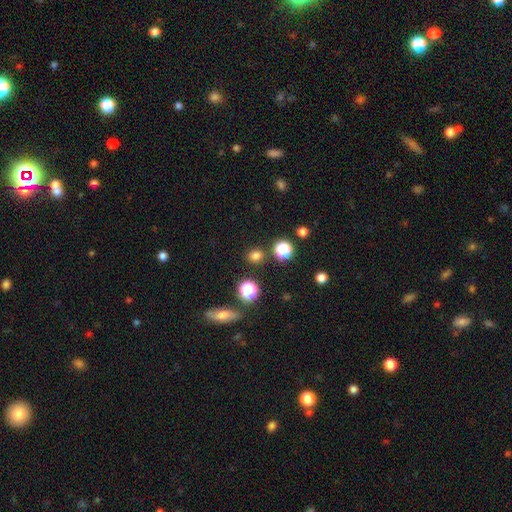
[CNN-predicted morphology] smooth-or-featured: smooth: 76% | star or artifact: 19% | featured or disk: 5%
  how-rounded: round: 77% | in between: 22% | cigar-shaped: 1%
  merging: none: 86% | minor disturbance: 7% | merger: 4% | major disturbance: 3%